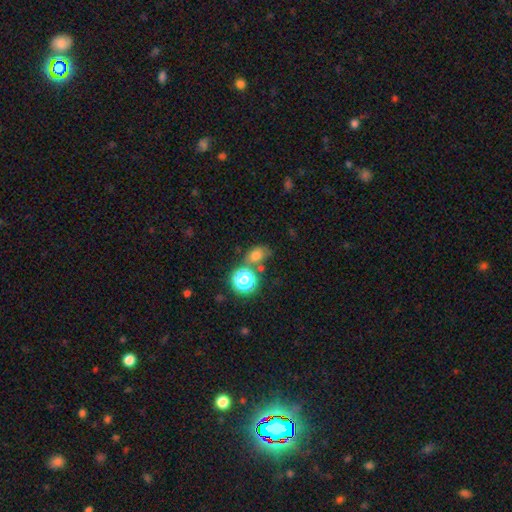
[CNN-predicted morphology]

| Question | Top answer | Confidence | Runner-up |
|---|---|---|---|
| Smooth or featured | smooth | 67% | star or artifact (21%) |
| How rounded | in between | 56% | round (43%) |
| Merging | none | 54% | merger (22%) |